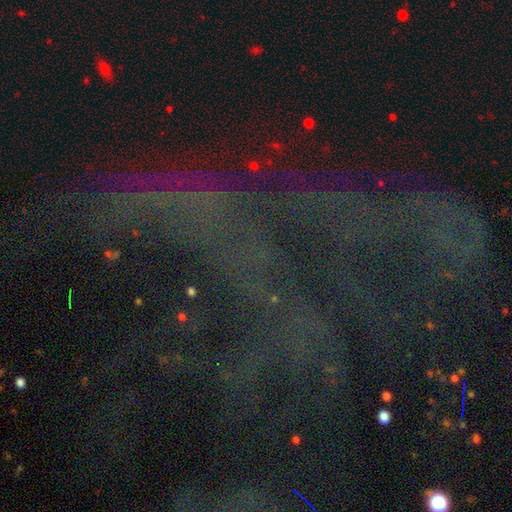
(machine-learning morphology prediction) Smooth or featured? star or artifact (67%)